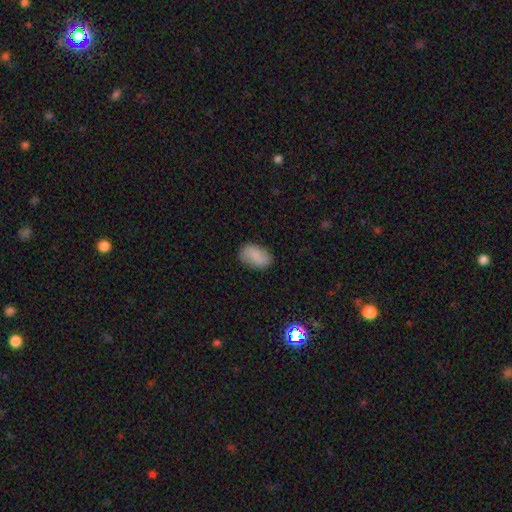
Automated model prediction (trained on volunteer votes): Q: Smooth or featured?
A: smooth (79%); runner-up: featured or disk (13%)
Q: How rounded?
A: in between (92%); runner-up: round (7%)
Q: Merging?
A: none (82%); runner-up: minor disturbance (14%)